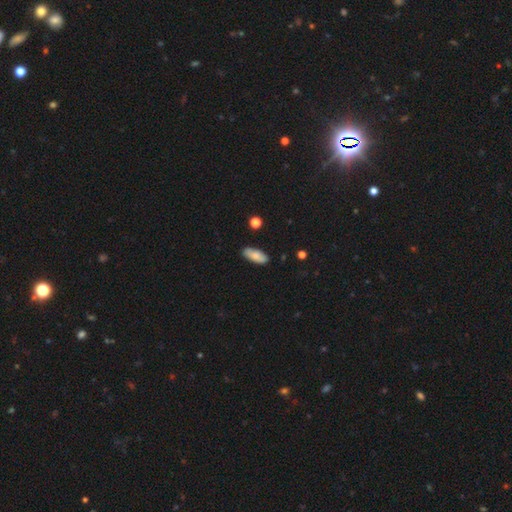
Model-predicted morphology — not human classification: smooth 79%, featured or disk 14%, star or artifact 6%. Down the decision tree: how rounded — in between (80%); merging — none (85%).